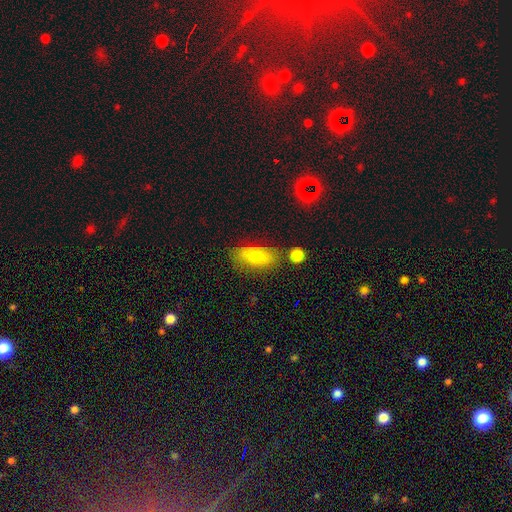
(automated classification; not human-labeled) smooth 71%, featured or disk 20%, star or artifact 9%. Down the decision tree: how rounded — in between (84%); merging — none (69%).